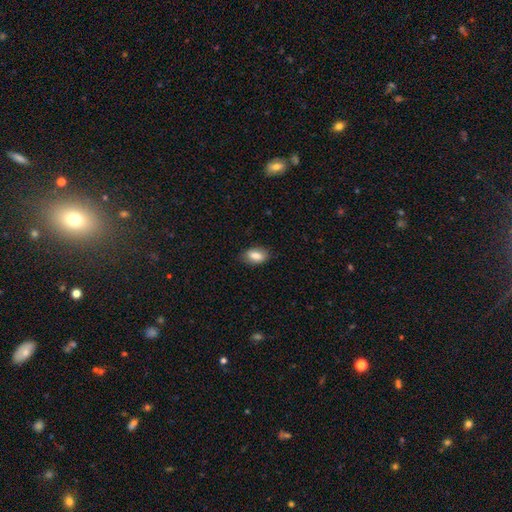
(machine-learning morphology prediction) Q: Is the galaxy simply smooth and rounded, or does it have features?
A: smooth — 83%.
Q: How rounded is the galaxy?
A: in between — 90%.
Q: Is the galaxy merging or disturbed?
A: none — 82%.